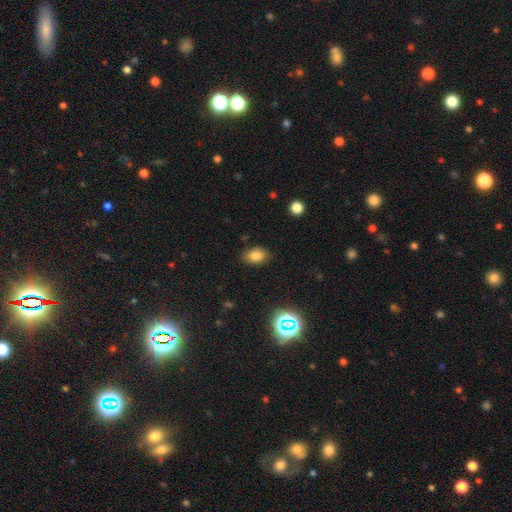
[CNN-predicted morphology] Smooth or featured?
  - smooth: 81% *
  - star or artifact: 12%
  - featured or disk: 7%
How rounded?
  - in between: 82% *
  - round: 17%
  - cigar-shaped: 1%
Merging?
  - none: 85% *
  - minor disturbance: 11%
  - major disturbance: 3%
  - merger: 1%